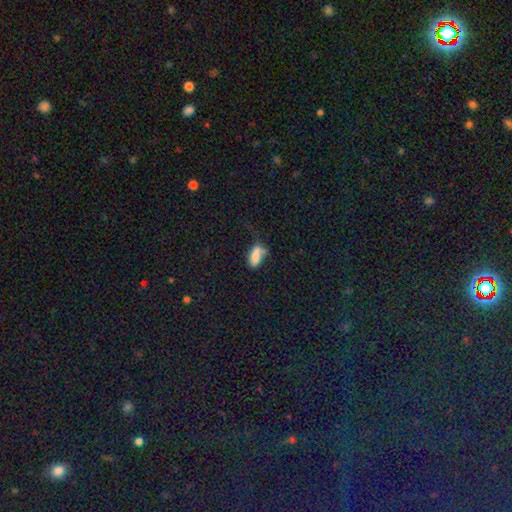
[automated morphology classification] smooth 77%, featured or disk 13%, star or artifact 11%. Down the decision tree: how rounded — in between (86%); merging — none (31%).